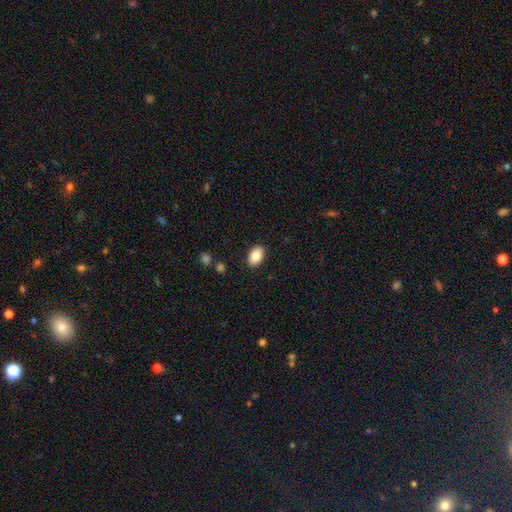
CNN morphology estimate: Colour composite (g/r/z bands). It shows a smooth galaxy with no disk features (85%) that is in between round and cigar-shaped (88%). Merging: none (88%).